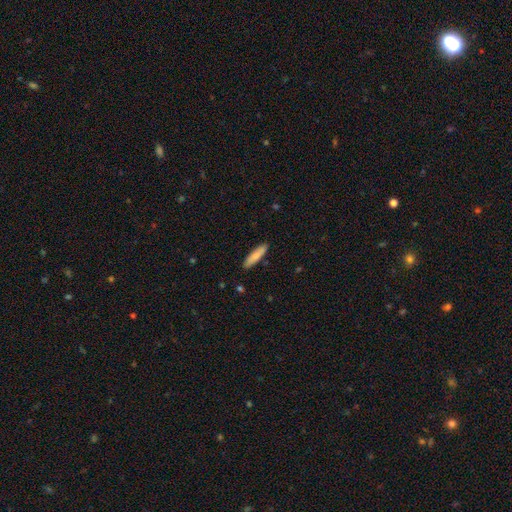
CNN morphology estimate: Smooth or featured?
  - smooth: 81% *
  - featured or disk: 14%
  - star or artifact: 6%
How rounded?
  - cigar-shaped: 81% *
  - in between: 17%
  - round: 1%
Merging?
  - none: 89% *
  - minor disturbance: 8%
  - major disturbance: 2%
  - merger: 1%